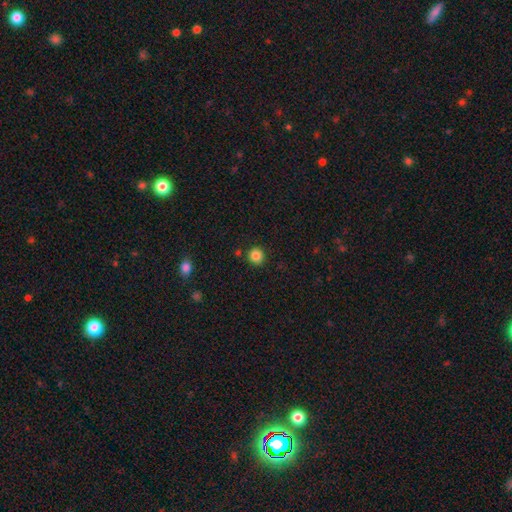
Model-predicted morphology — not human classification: This appears to be a smooth galaxy with no disk features (85%) that is round (92%). Merging: none (89%).